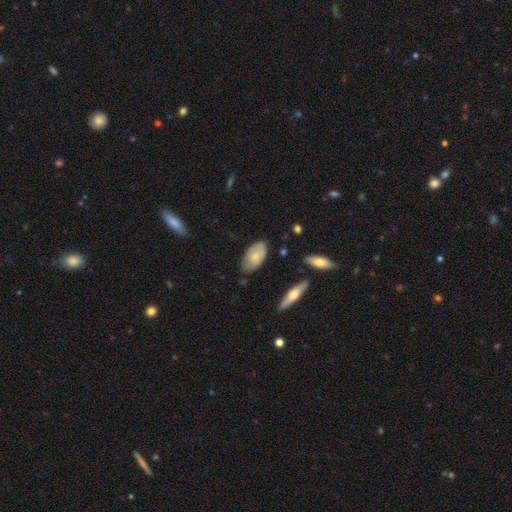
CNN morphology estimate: smooth_or_featured: smooth (p=0.61) [alt: featured or disk p=0.33]
how_rounded: in between (p=0.93) [alt: round p=0.04]
merging: none (p=0.65) [alt: minor disturbance p=0.27]